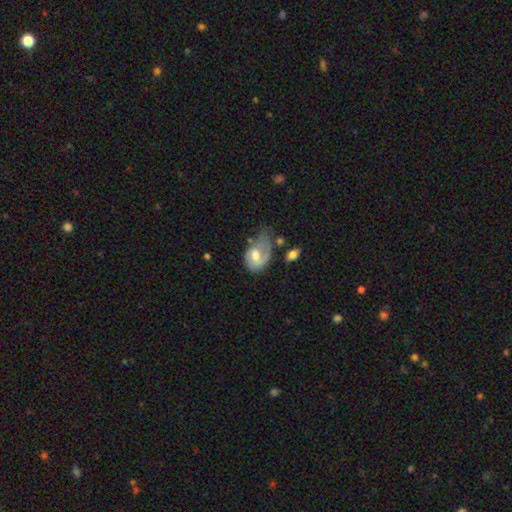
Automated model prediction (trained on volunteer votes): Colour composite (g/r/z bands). It shows a smooth galaxy with no disk features (47%). Merging: major disturbance (36%).